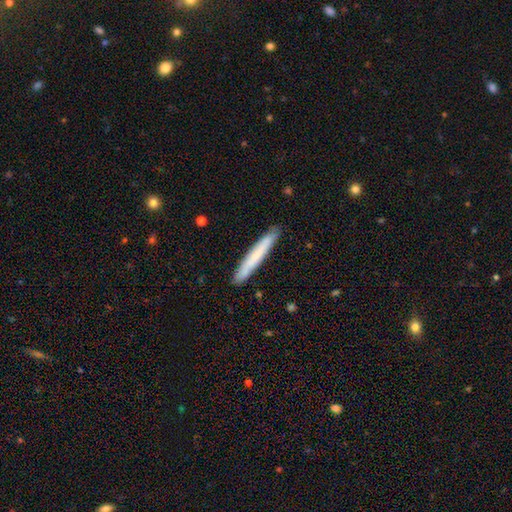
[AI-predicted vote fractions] Smooth or featured?
  - smooth: 65% *
  - featured or disk: 29%
  - star or artifact: 6%
How rounded?
  - cigar-shaped: 96% *
  - in between: 3%
  - round: 1%
Merging?
  - none: 89% *
  - minor disturbance: 8%
  - major disturbance: 1%
  - merger: 1%